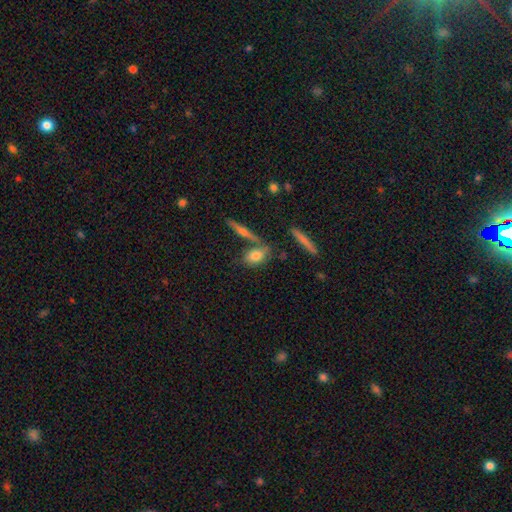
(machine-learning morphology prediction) The model was most divided on "merging": none: 61%, merger: 20%, minor disturbance: 15%, major disturbance: 5%. More confident: smooth or featured — smooth (74%); how rounded — in between (72%).